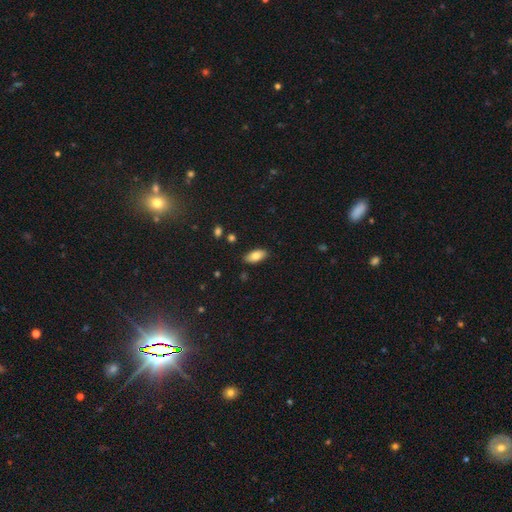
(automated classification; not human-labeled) A smooth galaxy with no disk features (79%) that is in between round and cigar-shaped (91%). Merging: none (88%).